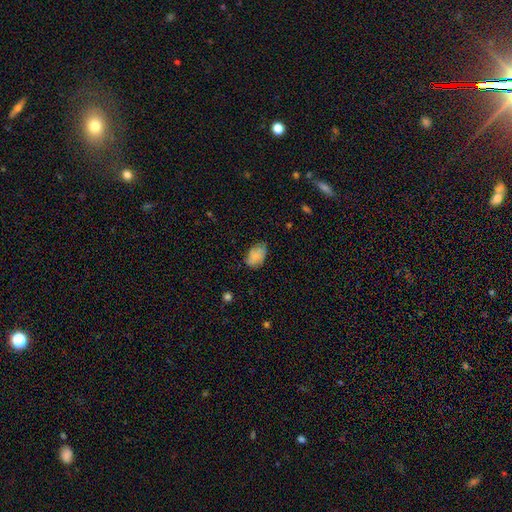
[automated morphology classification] smooth-or-featured: smooth: 77% | featured or disk: 15% | star or artifact: 8%
  how-rounded: in between: 88% | round: 10% | cigar-shaped: 1%
  merging: none: 64% | minor disturbance: 29% | major disturbance: 6% | merger: 1%